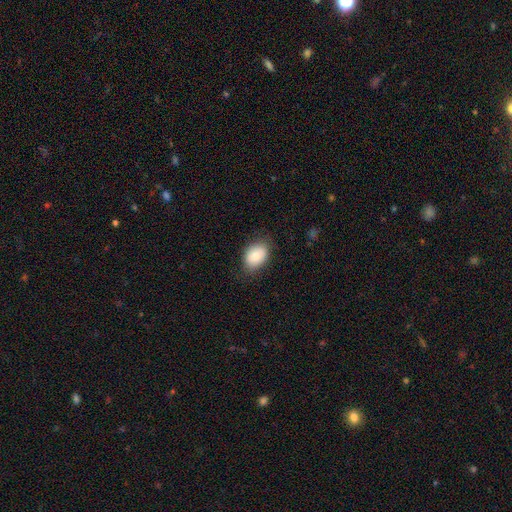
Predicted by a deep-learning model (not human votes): This appears to be a smooth galaxy with no disk features (77%) that is in between round and cigar-shaped (73%). Merging: none (80%).